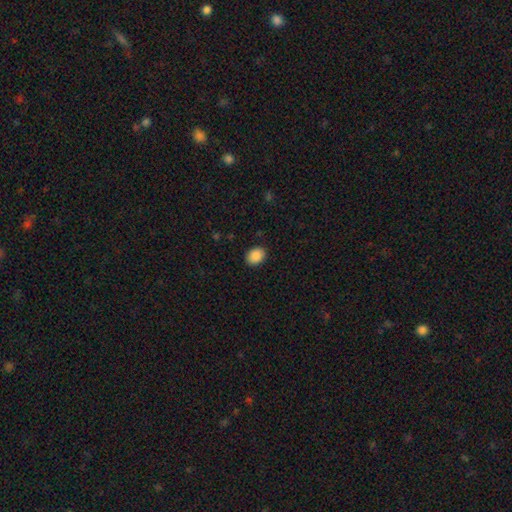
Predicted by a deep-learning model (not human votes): The model was most divided on "how rounded": in between: 59%, round: 40%, cigar-shaped: 1%. More confident: smooth or featured — smooth (89%); merging — none (89%).